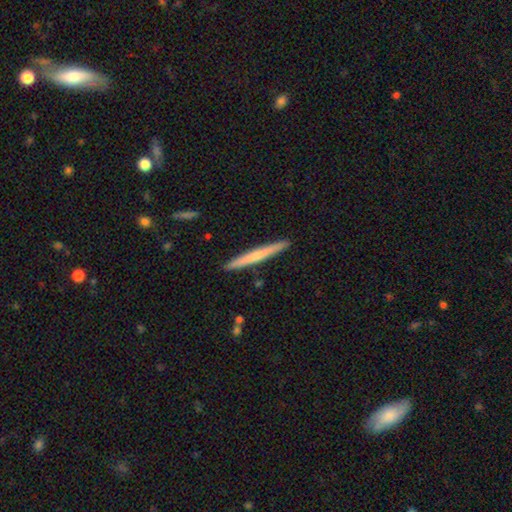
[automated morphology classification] smooth_or_featured: smooth (p=0.53) [alt: featured or disk p=0.42]
how_rounded: cigar-shaped (p=0.97) [alt: in between p=0.02]
merging: none (p=0.92) [alt: minor disturbance p=0.06]